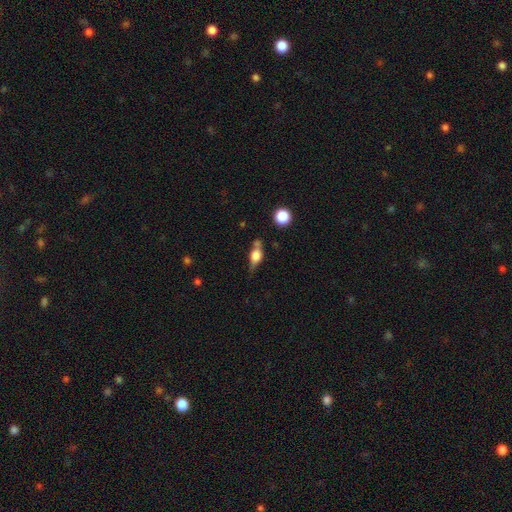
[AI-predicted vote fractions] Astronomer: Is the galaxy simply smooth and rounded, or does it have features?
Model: smooth — 55% (runner-up: featured or disk, 36%).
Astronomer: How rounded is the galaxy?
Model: in between — 60%.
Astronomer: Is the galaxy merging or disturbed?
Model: none — 50% (runner-up: minor disturbance, 25%).